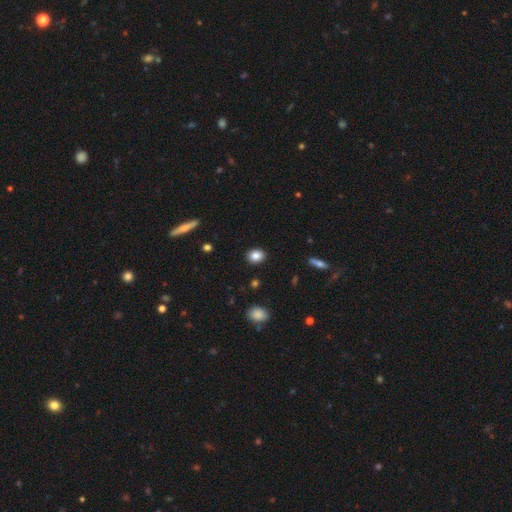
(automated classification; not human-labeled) A smooth galaxy with no disk features (85%) that is round (49%, tied with in between). Merging: none (90%).